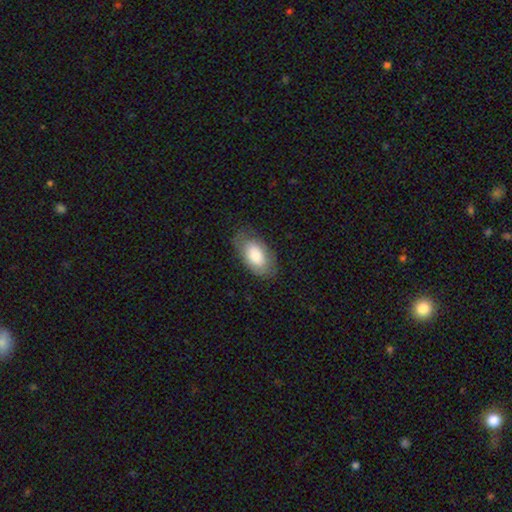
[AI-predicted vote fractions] A smooth galaxy with no disk features (77%) that is in between round and cigar-shaped (94%).

Vote fractions:
- Smooth or featured? smooth: 77% / featured or disk: 17% / star or artifact: 6%
- How rounded? in between: 94% / round: 4% / cigar-shaped: 2%
- Merging? none: 72% / minor disturbance: 20% / major disturbance: 7% / merger: 1%